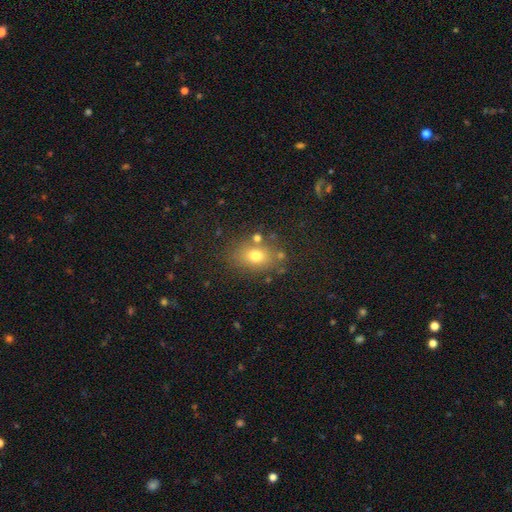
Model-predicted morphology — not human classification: smooth 72%, star or artifact 14%, featured or disk 13%. Down the decision tree: how rounded — in between (64%); merging — none (75%).